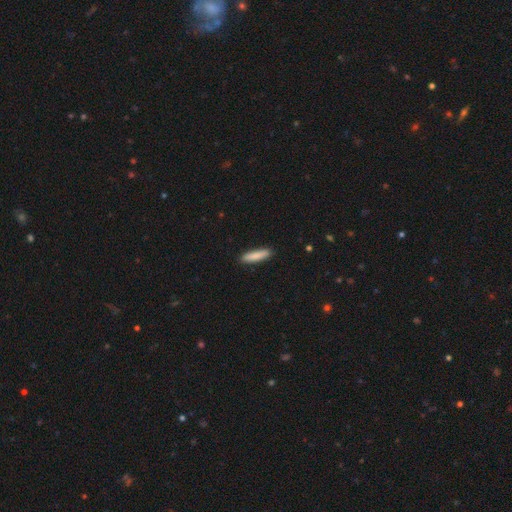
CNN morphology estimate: A smooth galaxy with no disk features (86%) that is cigar-shaped (83%). Merging: none (90%).